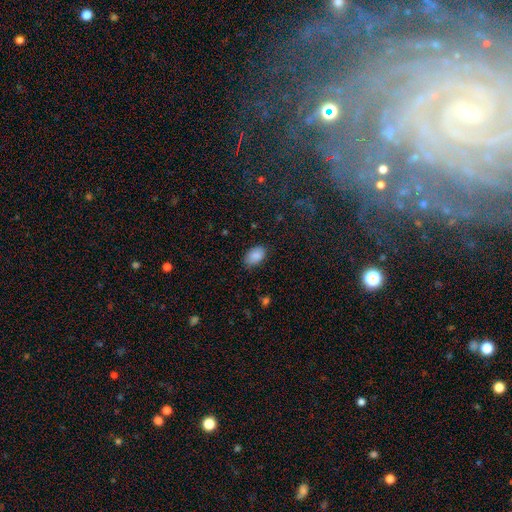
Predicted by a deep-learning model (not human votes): This is clearly a smooth galaxy (88%). How rounded: clearly in between (90%). Merging: clearly none (82%).